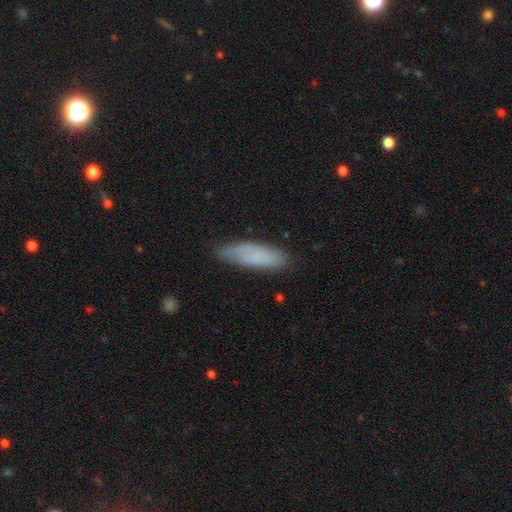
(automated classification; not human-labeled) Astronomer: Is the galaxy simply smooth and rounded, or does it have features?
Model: smooth — 72%.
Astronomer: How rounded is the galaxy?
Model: cigar-shaped — 56% (runner-up: in between, 42%).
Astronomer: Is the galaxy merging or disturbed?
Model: none — 75%.